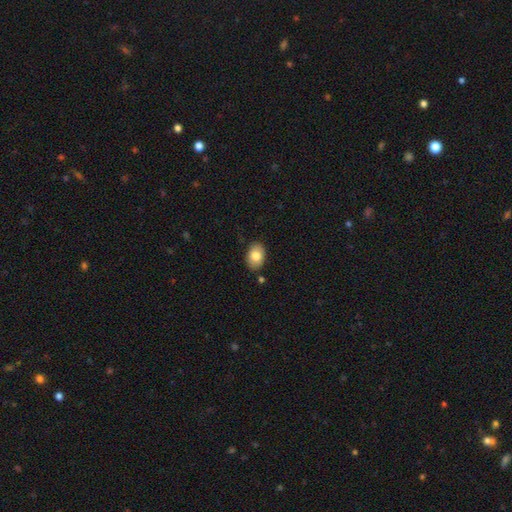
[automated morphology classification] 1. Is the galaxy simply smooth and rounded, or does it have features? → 81% smooth, 12% featured or disk, 7% star or artifact.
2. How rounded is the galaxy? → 85% in between, 14% round, 1% cigar-shaped.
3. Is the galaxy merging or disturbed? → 85% none, 11% minor disturbance, 2% merger, 2% major disturbance.